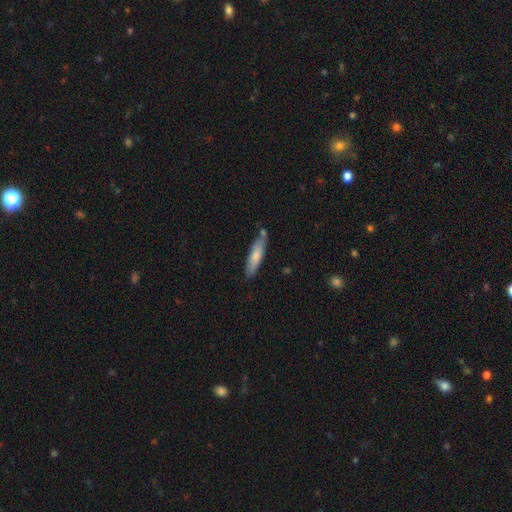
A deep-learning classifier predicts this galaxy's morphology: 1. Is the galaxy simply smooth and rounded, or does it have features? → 72% smooth, 23% featured or disk, 5% star or artifact.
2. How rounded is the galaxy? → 74% cigar-shaped, 25% in between, 1% round.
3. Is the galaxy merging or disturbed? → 72% none, 17% minor disturbance, 9% merger, 3% major disturbance.